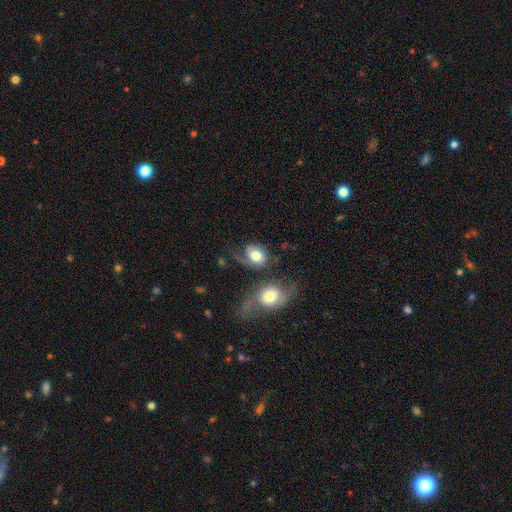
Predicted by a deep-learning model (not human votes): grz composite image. It shows a smooth galaxy with no disk features (62%) that is in between round and cigar-shaped (55%). Merging: none (32%).